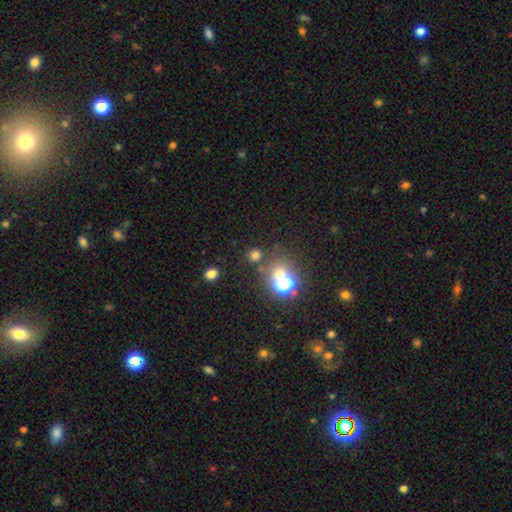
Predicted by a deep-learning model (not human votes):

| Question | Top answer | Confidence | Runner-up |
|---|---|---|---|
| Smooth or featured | smooth | 53% | star or artifact (39%) |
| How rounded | round | 85% | in between (14%) |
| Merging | none | 72% | merger (15%) |